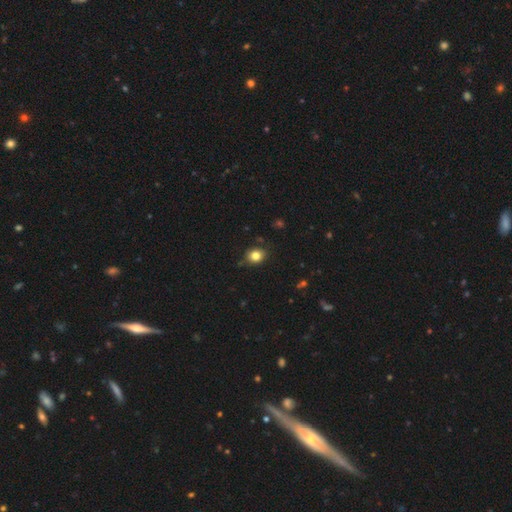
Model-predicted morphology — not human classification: This appears to be a smooth galaxy with no disk features (82%) that is round (64%). Merging: none (83%).